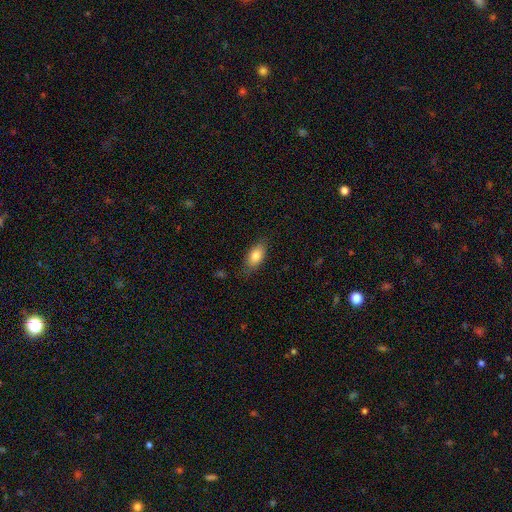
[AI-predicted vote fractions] Q: Smooth or featured?
A: smooth (81%); runner-up: featured or disk (11%)
Q: How rounded?
A: in between (87%); runner-up: cigar-shaped (9%)
Q: Merging?
A: none (79%); runner-up: minor disturbance (16%)